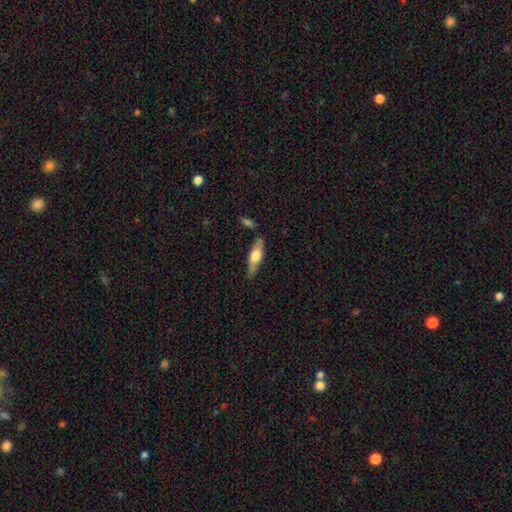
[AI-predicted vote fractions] This appears to be a smooth galaxy with no disk features (50%) that is cigar-shaped (56%). Merging: none (78%).